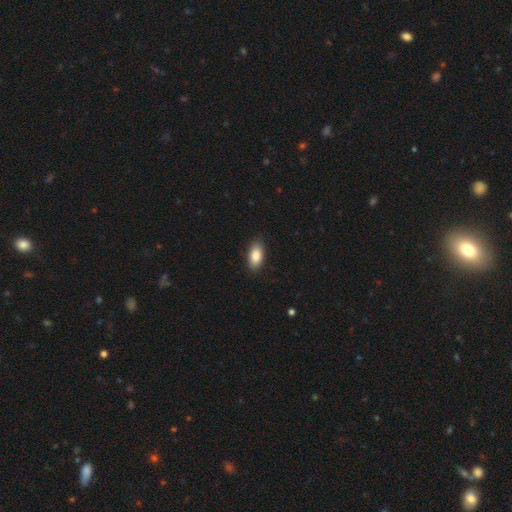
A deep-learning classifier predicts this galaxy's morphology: The model was most divided on "merging": none: 87%, minor disturbance: 10%, major disturbance: 2%, merger: 1%. More confident: how rounded — in between (91%); smooth or featured — smooth (86%).